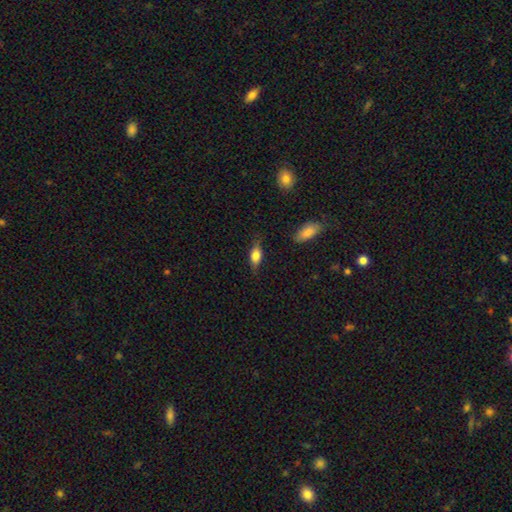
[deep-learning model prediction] Smooth or featured? smooth (72%)
How rounded? in between (79%)
Merging? none (74%)